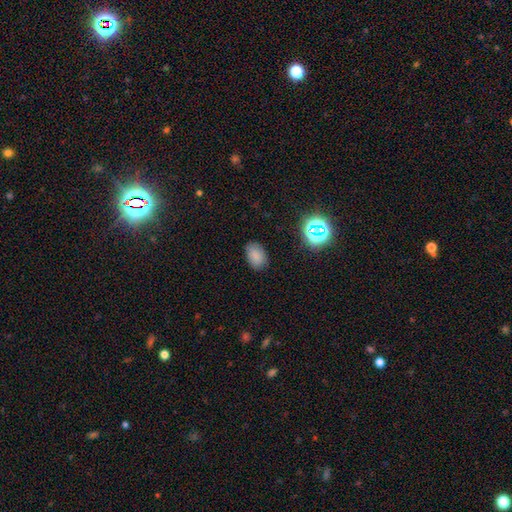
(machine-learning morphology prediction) Smooth or featured? smooth (81%)
How rounded? in between (84%)
Merging? none (81%)